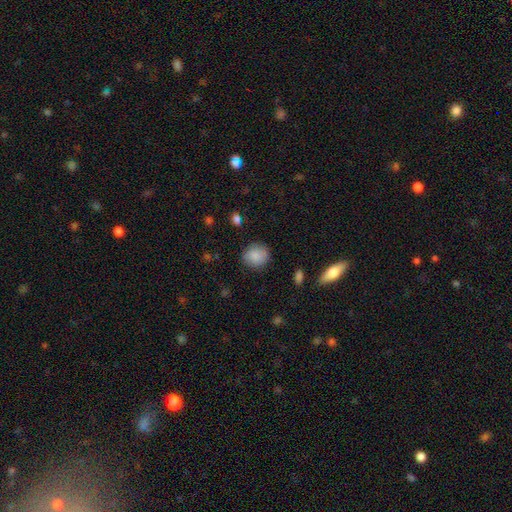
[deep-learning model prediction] Overall: smooth (85%). How rounded: round (81%). Merging: none (82%).